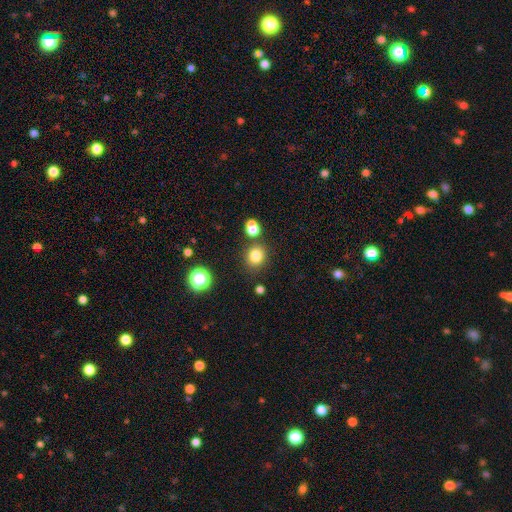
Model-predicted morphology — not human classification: Smooth or featured? smooth (80%)
How rounded? round (81%)
Merging? none (79%)